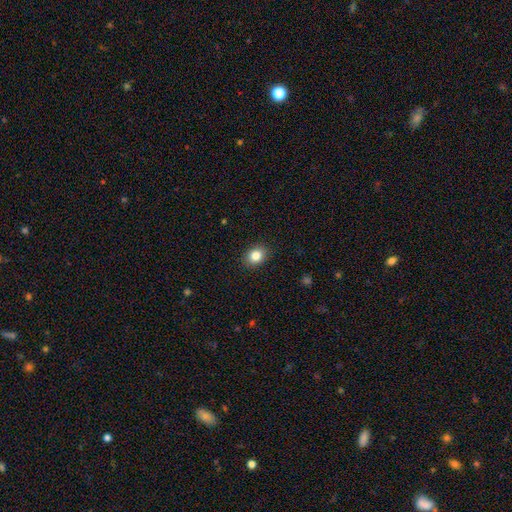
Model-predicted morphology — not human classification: The model was most divided on "how rounded": in between: 53%, round: 46%, cigar-shaped: 1%. More confident: merging — none (90%); smooth or featured — smooth (84%).